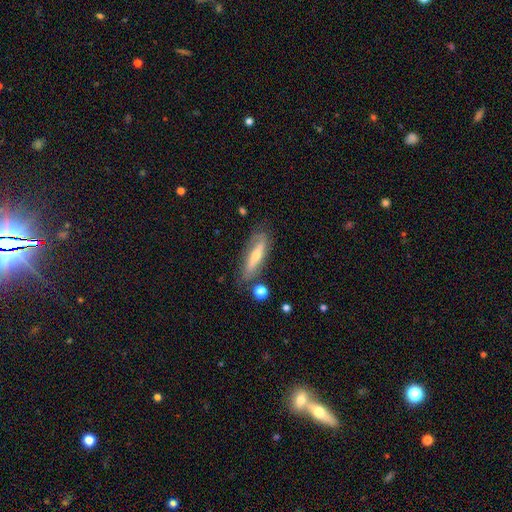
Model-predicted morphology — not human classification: Q: Smooth or featured?
A: featured or disk (51%); runner-up: smooth (41%)
Q: Edge-on disk?
A: yes (52%); runner-up: no (48%)
Q: Merging?
A: none (71%); runner-up: minor disturbance (19%)